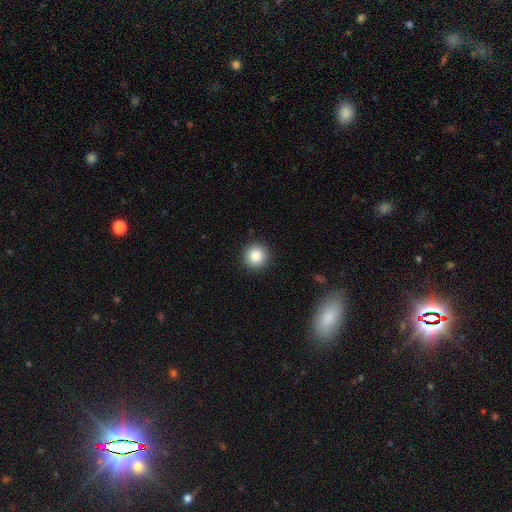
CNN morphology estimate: Smooth or featured? smooth (86%)
How rounded? round (95%)
Merging? none (92%)